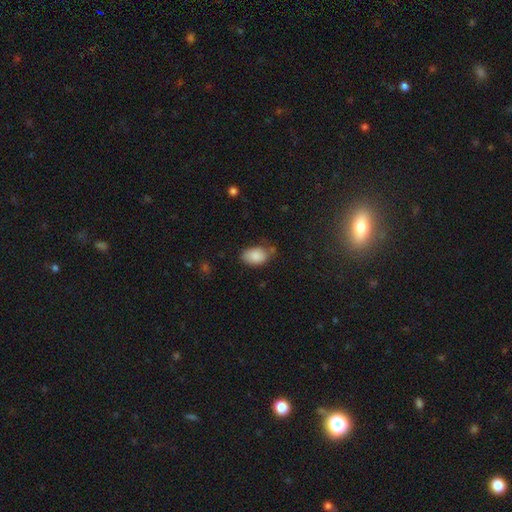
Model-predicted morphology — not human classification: smooth 88%, star or artifact 7%, featured or disk 5%. Down the decision tree: how rounded — in between (88%); merging — none (67%).